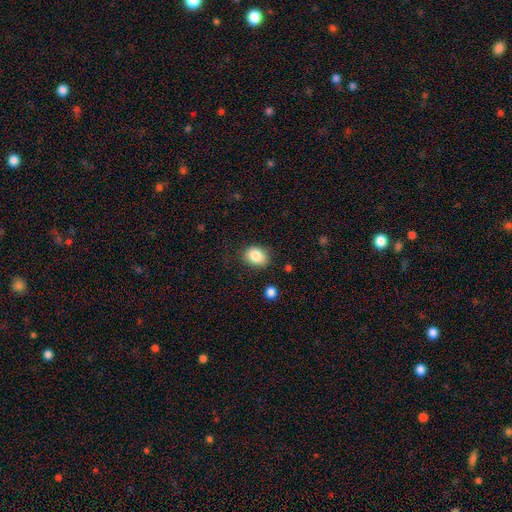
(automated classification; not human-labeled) The model was most divided on "how rounded": in between: 58%, round: 41%, cigar-shaped: 1%. More confident: smooth or featured — smooth (85%); merging — none (79%).